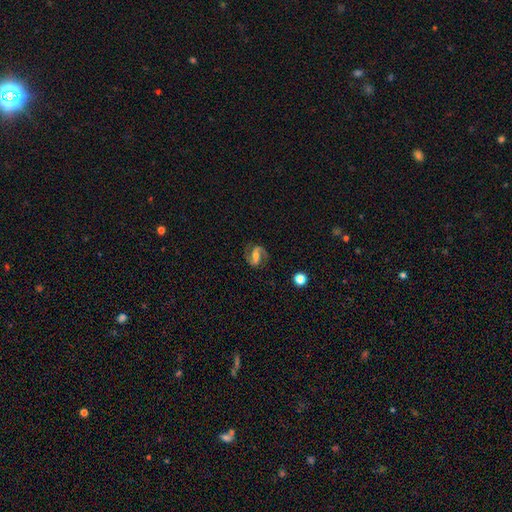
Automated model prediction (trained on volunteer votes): Q: Smooth or featured?
A: featured or disk (84%); runner-up: smooth (9%)
Q: Edge-on disk?
A: no (97%); runner-up: yes (3%)
Q: Bar?
A: strong (45%); runner-up: weak (36%)
Q: Spiral arms?
A: yes (96%); runner-up: no (4%)
Q: Spiral winding?
A: medium (50%); runner-up: loose (34%)
Q: Spiral arm count?
A: 2 (92%); runner-up: 1 (3%)
Q: Bulge size?
A: moderate (49%); runner-up: small (39%)
Q: Merging?
A: none (80%); runner-up: minor disturbance (13%)